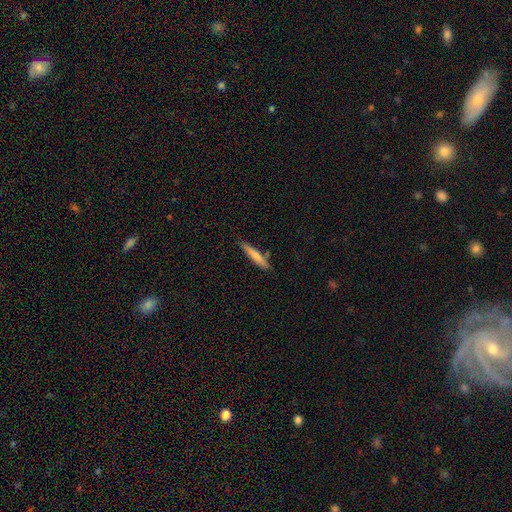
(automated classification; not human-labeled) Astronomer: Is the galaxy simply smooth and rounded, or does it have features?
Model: smooth — 75%.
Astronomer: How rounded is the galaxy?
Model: cigar-shaped — 92%.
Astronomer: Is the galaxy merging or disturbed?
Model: none — 81%.